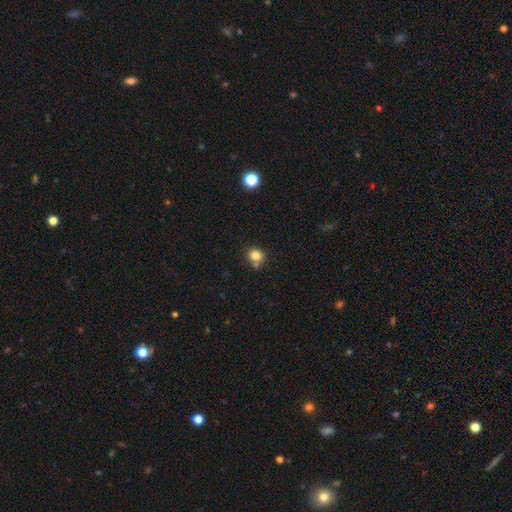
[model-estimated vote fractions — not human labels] A smooth galaxy with no disk features (81%) that is round (75%).

Vote fractions:
- Smooth or featured? smooth: 81% / star or artifact: 12% / featured or disk: 7%
- How rounded? round: 75% / in between: 24% / cigar-shaped: 1%
- Merging? none: 65% / merger: 18% / minor disturbance: 13% / major disturbance: 4%